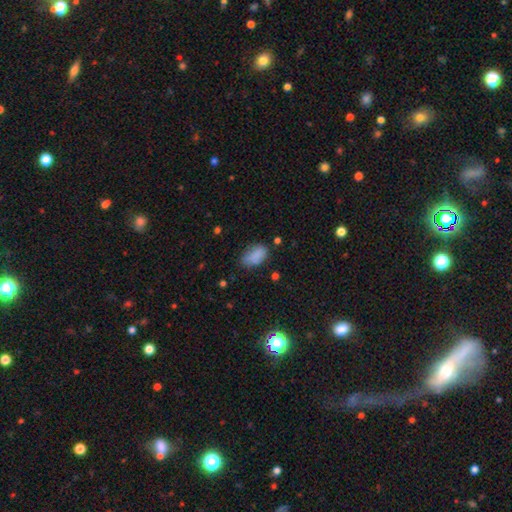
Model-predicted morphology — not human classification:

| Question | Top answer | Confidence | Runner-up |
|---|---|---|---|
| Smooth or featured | smooth | 81% | star or artifact (10%) |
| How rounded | in between | 90% | round (7%) |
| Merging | none | 57% | minor disturbance (29%) |